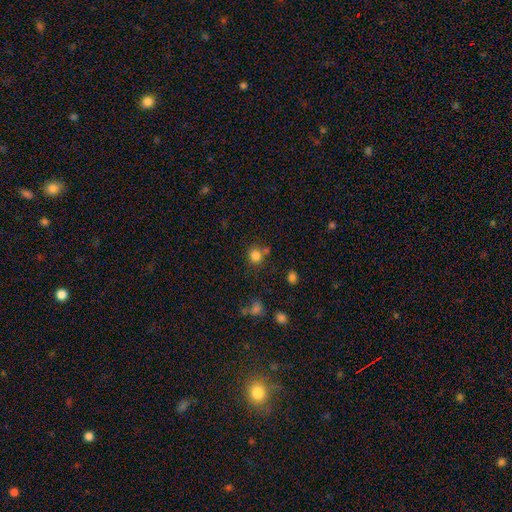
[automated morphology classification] The model was most divided on "merging": none: 69%, merger: 16%, minor disturbance: 10%, major disturbance: 4%. More confident: how rounded — round (89%); smooth or featured — smooth (81%).